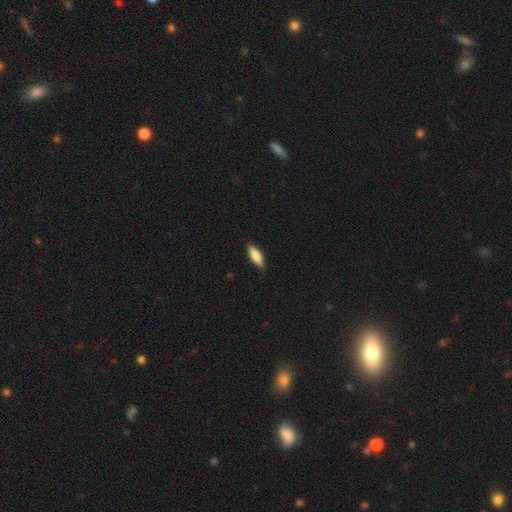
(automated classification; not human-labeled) This is likely a smooth galaxy (79%). How rounded: possibly in between (56%). Merging: clearly none (86%).